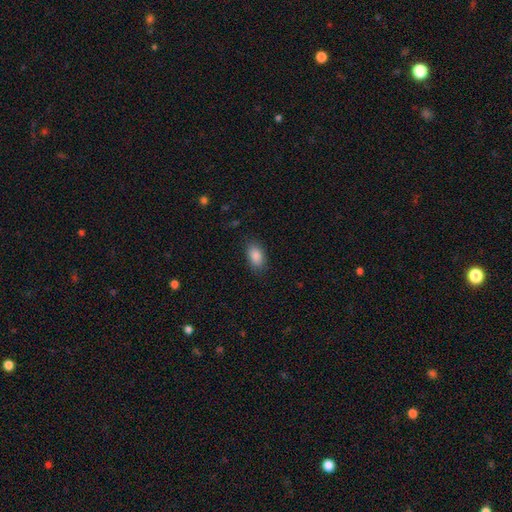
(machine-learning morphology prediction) Smooth or featured?
  - smooth: 89% *
  - star or artifact: 7%
  - featured or disk: 4%
How rounded?
  - in between: 91% *
  - round: 6%
  - cigar-shaped: 2%
Merging?
  - none: 83% *
  - minor disturbance: 12%
  - major disturbance: 3%
  - merger: 1%